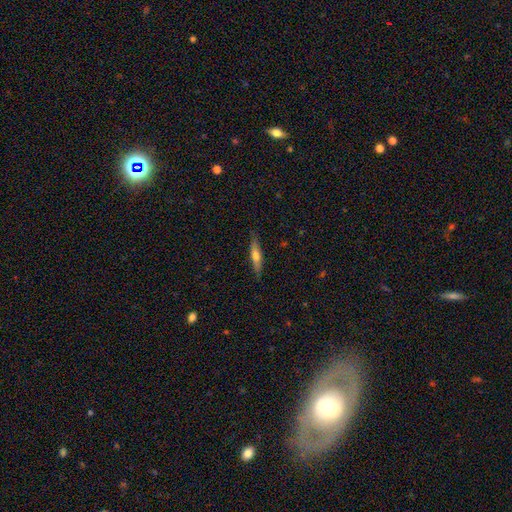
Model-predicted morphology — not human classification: The model was most divided on "smooth or featured": smooth: 54%, featured or disk: 40%, star or artifact: 6%. More confident: merging — none (85%); how rounded — cigar-shaped (80%).